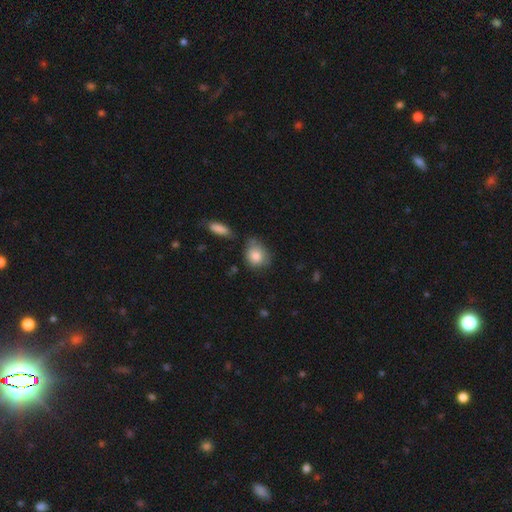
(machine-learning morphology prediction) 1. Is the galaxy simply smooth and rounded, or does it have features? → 83% smooth, 9% featured or disk, 8% star or artifact.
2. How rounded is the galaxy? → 63% round, 36% in between, 1% cigar-shaped.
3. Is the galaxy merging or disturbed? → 60% none, 25% minor disturbance, 9% merger, 6% major disturbance.